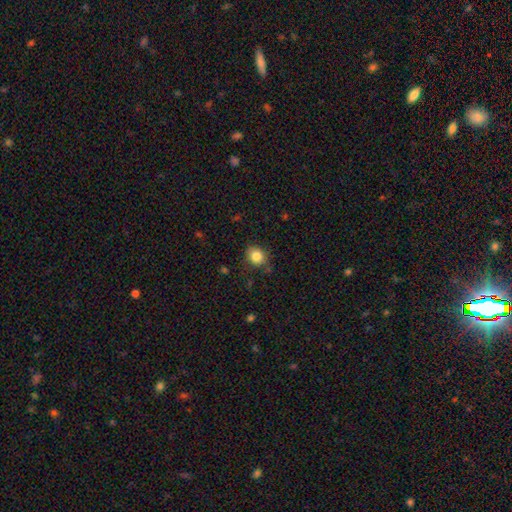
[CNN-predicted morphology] Smooth or featured: smooth — 84% (star or artifact — 10%)
How rounded: round — 68% (in between — 31%)
Merging: none — 77% (minor disturbance — 17%)